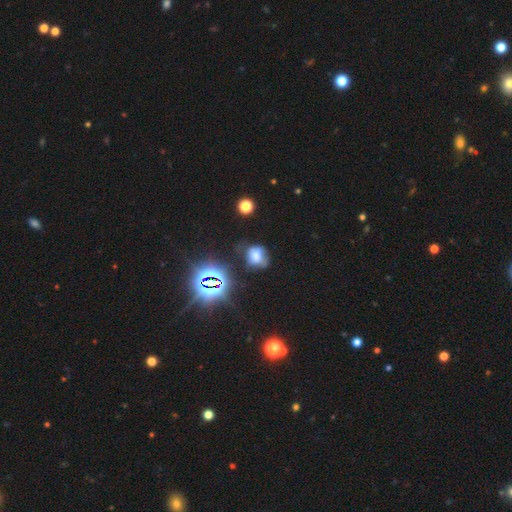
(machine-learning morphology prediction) Smooth or featured? smooth (54%)
How rounded? round (54%)
Merging? none (45%)